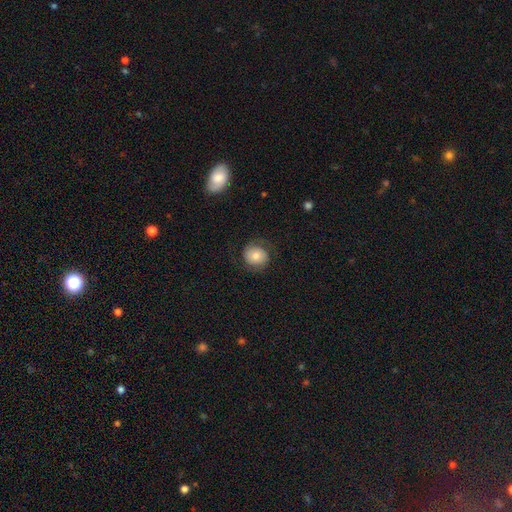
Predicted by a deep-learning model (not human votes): smooth 55%, featured or disk 36%, star or artifact 9%. Down the decision tree: how rounded — round (80%); merging — none (75%).